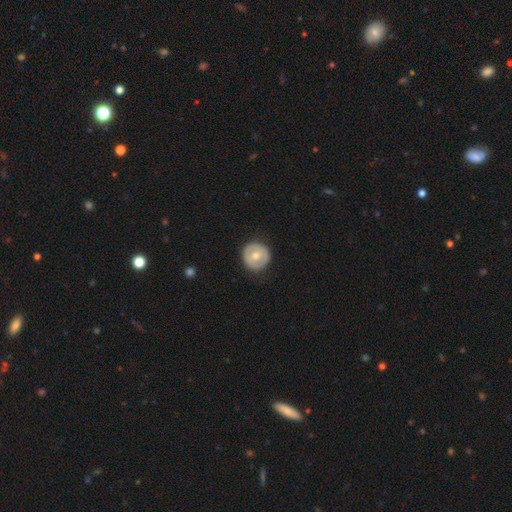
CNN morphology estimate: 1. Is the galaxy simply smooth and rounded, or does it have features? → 52% smooth, 43% featured or disk, 5% star or artifact.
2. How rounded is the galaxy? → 94% round, 5% in between, 1% cigar-shaped.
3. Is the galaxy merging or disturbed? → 87% none, 10% minor disturbance, 2% major disturbance, 1% merger.